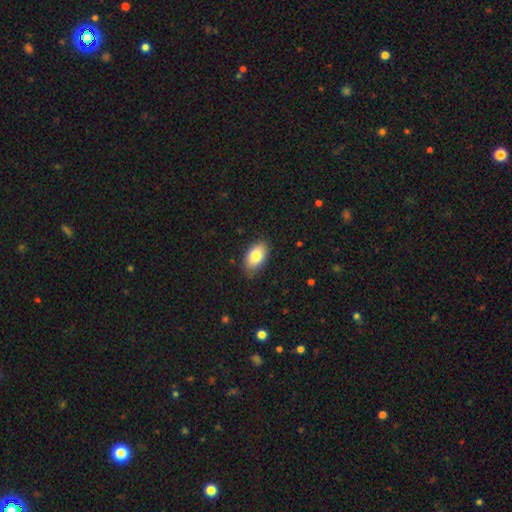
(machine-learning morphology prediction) smooth 81%, featured or disk 12%, star or artifact 7%. Down the decision tree: how rounded — in between (92%); merging — none (81%).